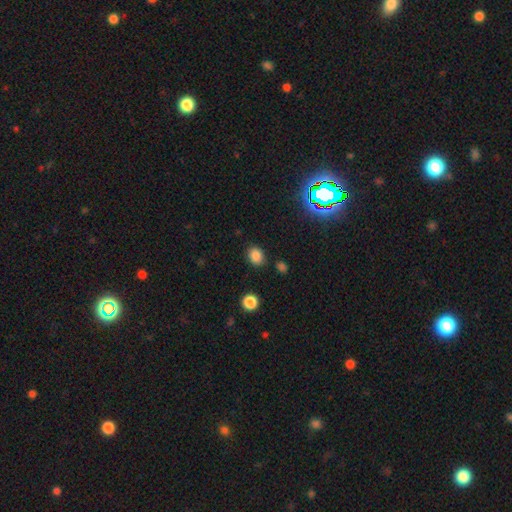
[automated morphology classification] Overall: smooth (83%). How rounded: in between (52%; round 47%). Merging: none (82%).